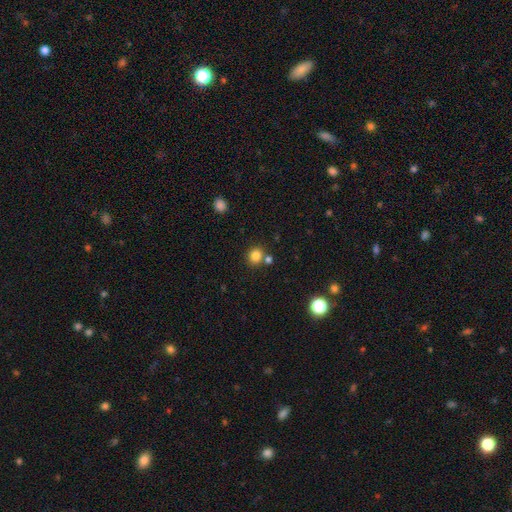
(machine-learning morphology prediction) Smooth or featured? smooth (82%)
How rounded? round (87%)
Merging? none (73%)